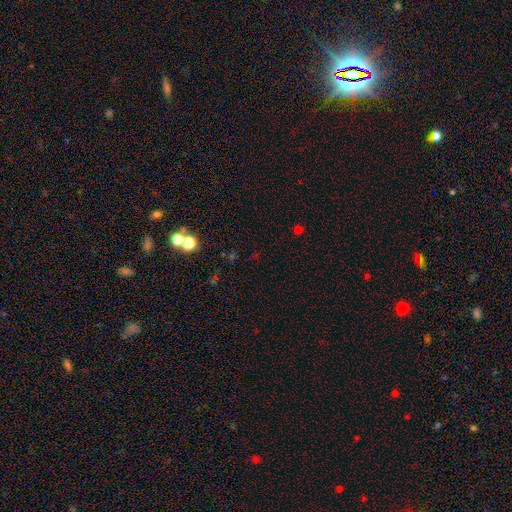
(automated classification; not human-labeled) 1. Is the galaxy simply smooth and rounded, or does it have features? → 64% star or artifact, 28% smooth, 9% featured or disk.